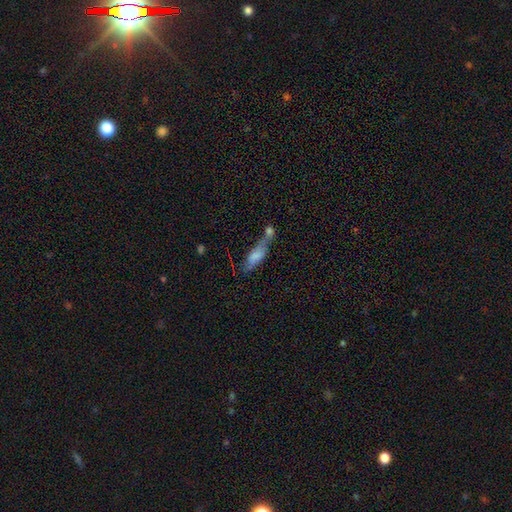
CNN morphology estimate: A smooth galaxy with no disk features (69%) that is in between round and cigar-shaped (57%).

Vote fractions:
- Smooth or featured? smooth: 69% / featured or disk: 24% / star or artifact: 8%
- How rounded? in between: 57% / cigar-shaped: 40% / round: 3%
- Merging? merger: 53% / none: 22% / minor disturbance: 15% / major disturbance: 10%